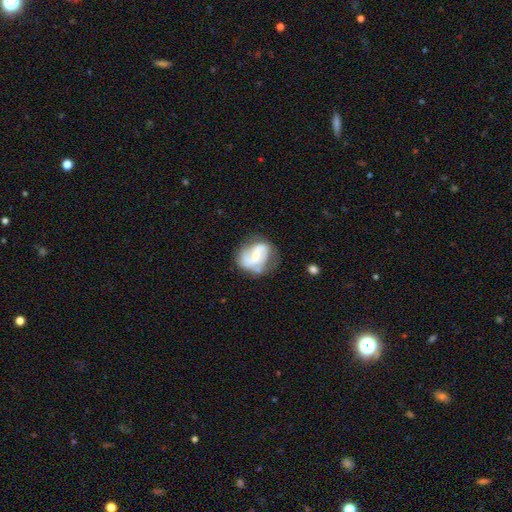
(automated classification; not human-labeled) smooth-or-featured: featured or disk: 68% | smooth: 26% | star or artifact: 6%
  disk-edge-on: no: 97% | yes: 3%
    bar: weak: 41% | no: 40% | strong: 18%
    has-spiral-arms: yes: 84% | no: 16%
      spiral-winding: medium: 43% | loose: 36% | tight: 20%
      spiral-arm-count: 2: 73% | can't tell: 12% | 1: 8% | 3: 4% | 4: 1% | more than 4: 1%
    bulge-size: small: 52% | moderate: 38% | none: 6% | large: 3% | dominant: 1%
  merging: none: 51% | minor disturbance: 28% | major disturbance: 16% | merger: 5%